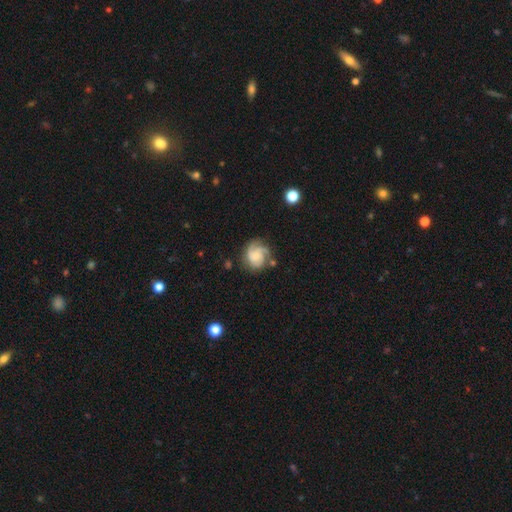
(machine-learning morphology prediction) The model was most divided on "spiral winding": tight: 48%, medium: 39%, loose: 13%. Remaining: edge-on disk — no (98%); spiral arms — yes (95%); smooth or featured — featured or disk (75%); bar — no (69%); merging — none (63%); bulge size — small (49%); spiral arm count — 3 (45%).